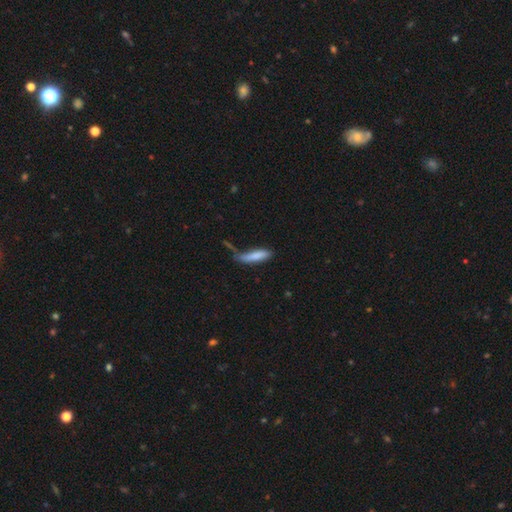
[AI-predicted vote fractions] Smooth or featured? Predicted: smooth (p=0.81). How rounded? Predicted: cigar-shaped (p=0.73). Merging? Predicted: none (p=0.49).